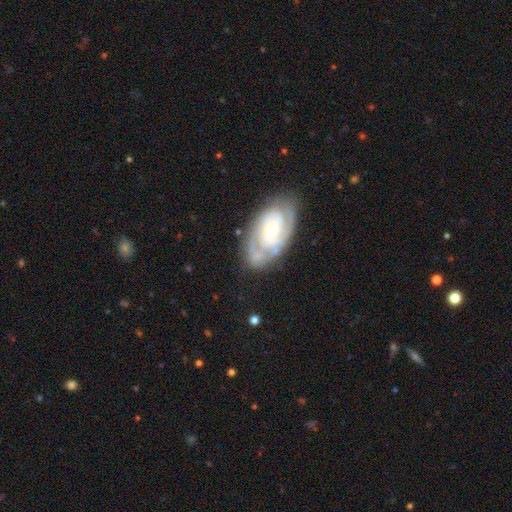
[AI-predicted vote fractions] smooth_or_featured: featured or disk (p=0.84) [alt: smooth p=0.11]
disk_edge_on: no (p=0.95) [alt: yes p=0.05]
bar: no (p=0.65) [alt: weak p=0.27]
has_spiral_arms: yes (p=0.92) [alt: no p=0.08]
spiral_winding: tight (p=0.67) [alt: medium p=0.27]
spiral_arm_count: 2 (p=0.51) [alt: can't tell p=0.23]
bulge_size: moderate (p=0.57) [alt: small p=0.38]
merging: none (p=0.75) [alt: minor disturbance p=0.17]